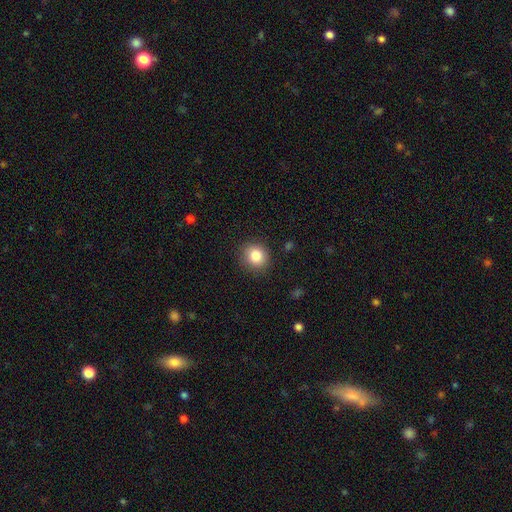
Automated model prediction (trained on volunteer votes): A smooth galaxy with no disk features (83%) that is round (83%). Merging: none (88%).